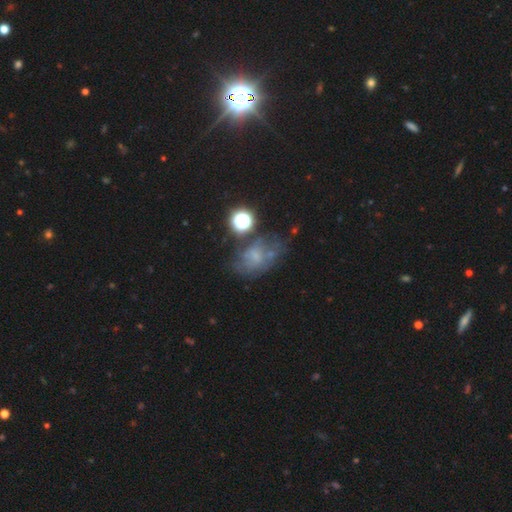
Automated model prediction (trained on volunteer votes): The model was most divided on "smooth or featured": smooth: 36%, featured or disk: 33%, star or artifact: 30%. Remaining: merging — none (43%).